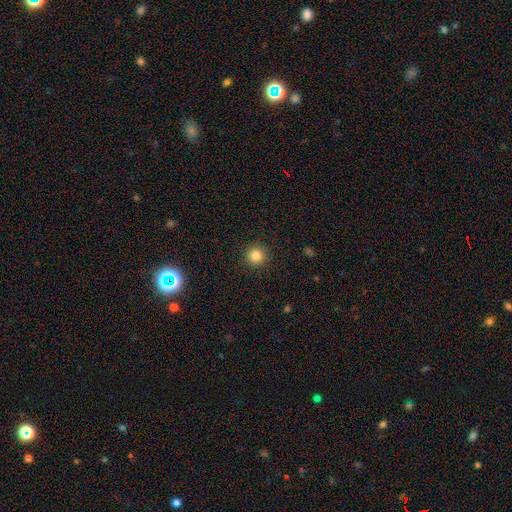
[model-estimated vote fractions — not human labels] A smooth galaxy with no disk features (84%) that is round (94%). Merging: none (92%).